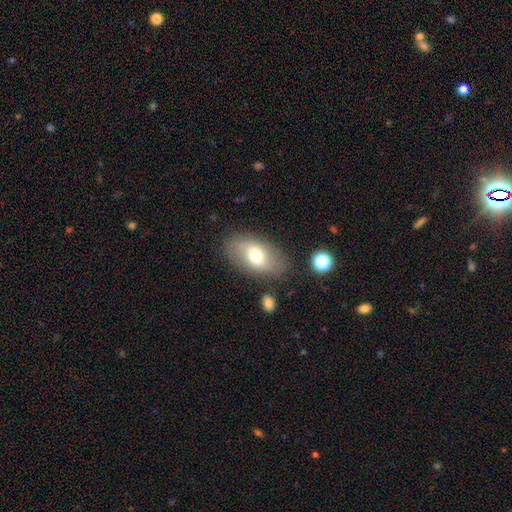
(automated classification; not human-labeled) This appears to be a smooth galaxy with no disk features (64%) that is in between round and cigar-shaped (91%). Merging: none (79%).